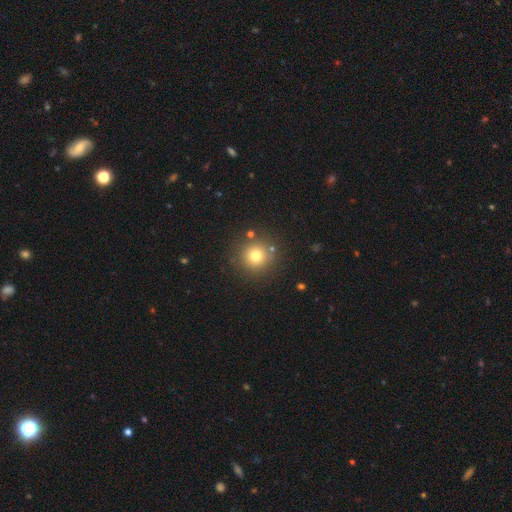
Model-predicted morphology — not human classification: This is likely a smooth galaxy (74%). How rounded: clearly round (94%). Merging: clearly none (85%).